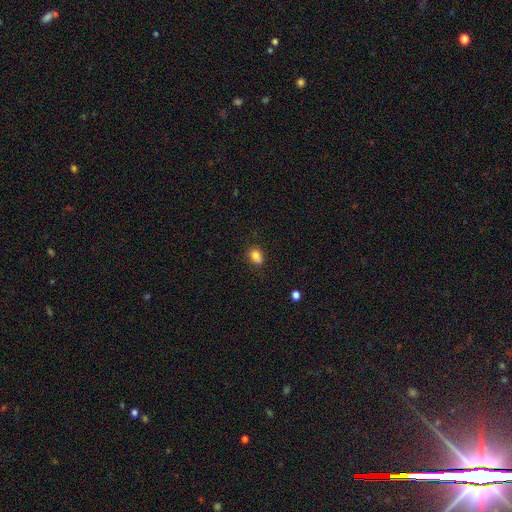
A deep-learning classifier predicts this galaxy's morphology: smooth 82%, star or artifact 11%, featured or disk 7%. Down the decision tree: how rounded — in between (71%); merging — none (61%).